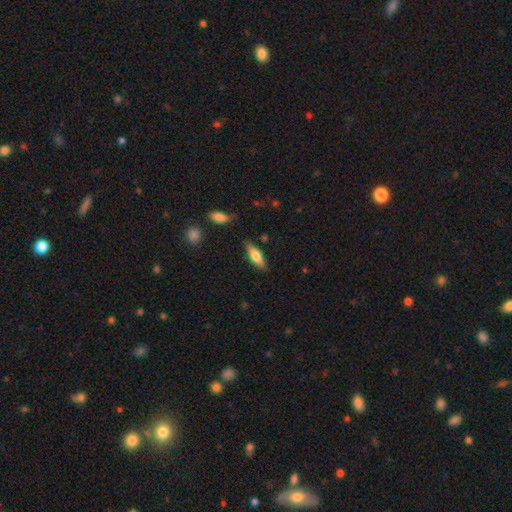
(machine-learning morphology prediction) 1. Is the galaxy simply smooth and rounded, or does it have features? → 63% smooth, 31% featured or disk, 6% star or artifact.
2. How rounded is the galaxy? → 54% in between, 43% cigar-shaped, 2% round.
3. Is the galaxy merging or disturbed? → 83% none, 12% minor disturbance, 3% major disturbance, 2% merger.